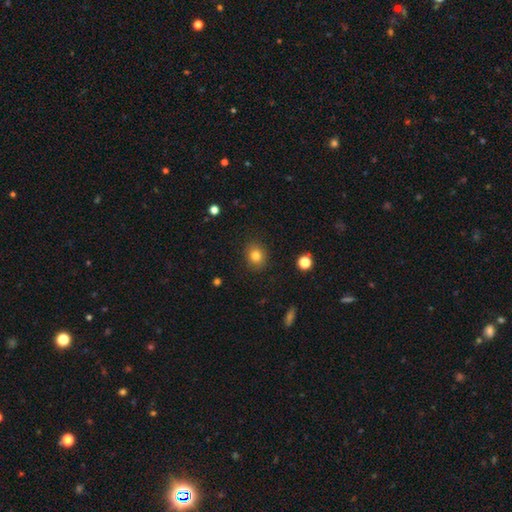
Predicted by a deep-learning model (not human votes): smooth_or_featured: smooth (p=0.81) [alt: star or artifact p=0.11]
how_rounded: round (p=0.66) [alt: in between p=0.33]
merging: none (p=0.89) [alt: minor disturbance p=0.08]